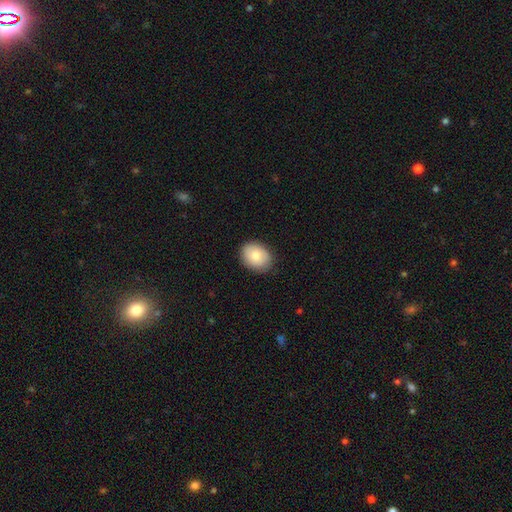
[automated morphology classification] smooth-or-featured: smooth: 81% | featured or disk: 12% | star or artifact: 7%
  how-rounded: in between: 59% | round: 40% | cigar-shaped: 1%
  merging: none: 86% | minor disturbance: 11% | major disturbance: 2% | merger: 1%